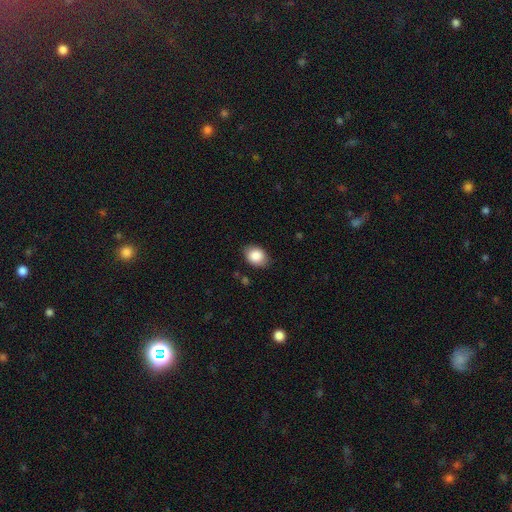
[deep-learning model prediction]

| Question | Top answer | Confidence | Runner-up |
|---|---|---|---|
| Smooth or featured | smooth | 87% | star or artifact (7%) |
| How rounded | in between | 70% | round (29%) |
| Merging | none | 82% | minor disturbance (14%) |